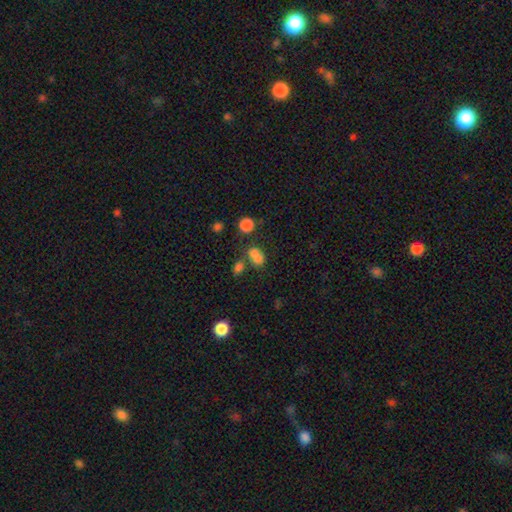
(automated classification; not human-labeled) smooth_or_featured: smooth (p=0.71) [alt: star or artifact p=0.17]
how_rounded: in between (p=0.53) [alt: round p=0.45]
merging: merger (p=0.48) [alt: none p=0.35]